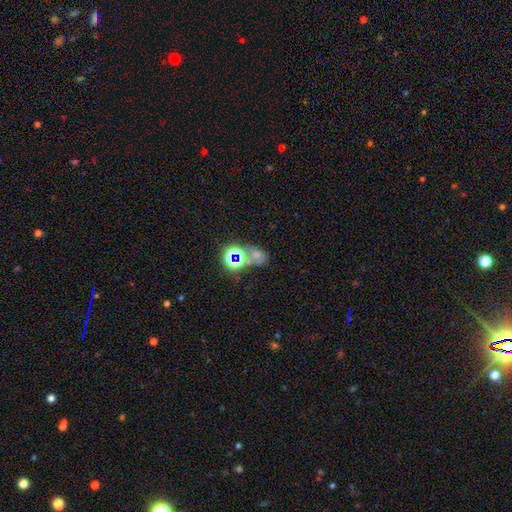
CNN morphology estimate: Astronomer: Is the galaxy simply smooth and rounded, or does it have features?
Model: smooth — 45% (runner-up: star or artifact, 41%).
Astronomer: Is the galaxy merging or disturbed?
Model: none — 43% (runner-up: merger, 34%).